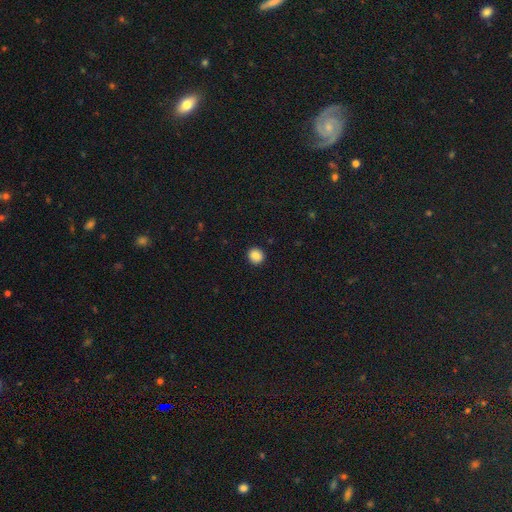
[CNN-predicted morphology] smooth_or_featured: smooth (p=0.86) [alt: star or artifact p=0.10]
how_rounded: round (p=0.87) [alt: in between p=0.12]
merging: none (p=0.92) [alt: minor disturbance p=0.06]